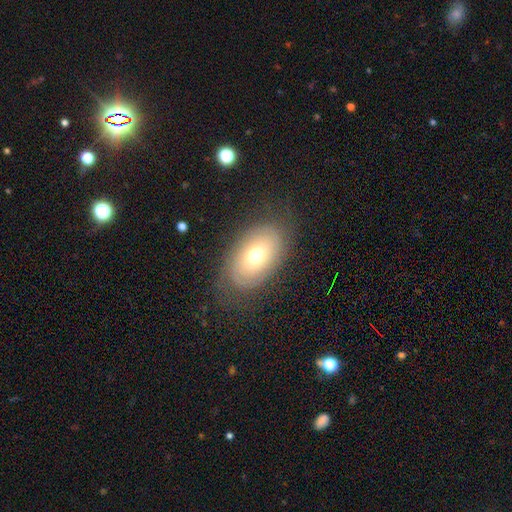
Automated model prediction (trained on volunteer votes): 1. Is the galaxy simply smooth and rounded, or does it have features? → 49% featured or disk, 42% smooth, 9% star or artifact.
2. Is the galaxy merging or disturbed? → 76% none, 15% minor disturbance, 7% major disturbance, 1% merger.